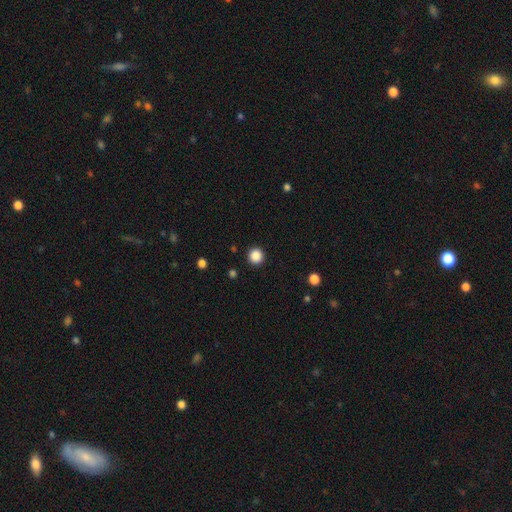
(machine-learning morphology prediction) This is clearly a smooth galaxy (87%). How rounded: clearly round (94%). Merging: clearly none (92%).